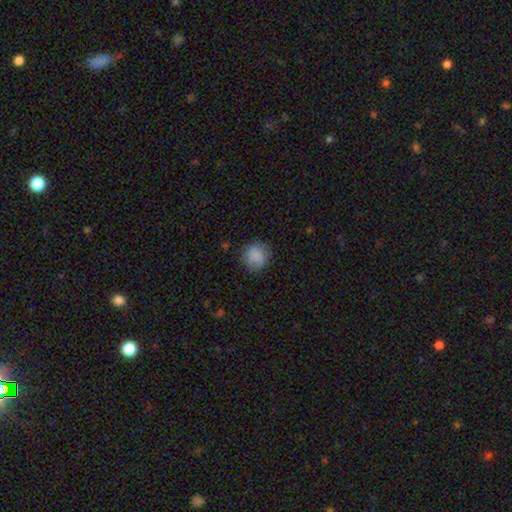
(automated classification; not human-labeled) Morphology: type=smooth (85%); roundness=round (85%); merging=none (81%).